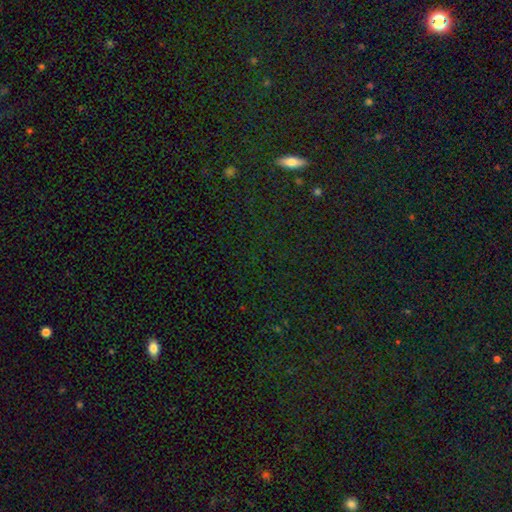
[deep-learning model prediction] Overall: star or artifact (71%).